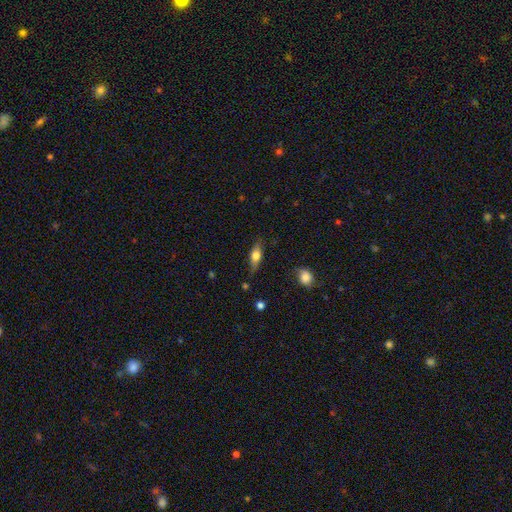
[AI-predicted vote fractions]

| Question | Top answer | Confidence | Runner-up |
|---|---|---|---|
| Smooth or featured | smooth | 63% | featured or disk (30%) |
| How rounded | in between | 67% | cigar-shaped (28%) |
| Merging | none | 75% | minor disturbance (19%) |